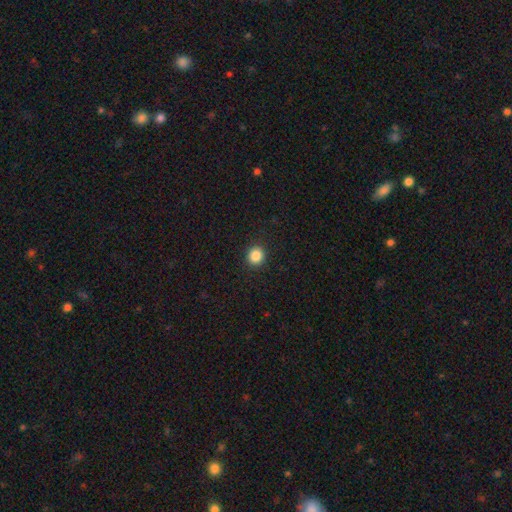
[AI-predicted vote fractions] Overall: smooth (86%). How rounded: round (86%). Merging: none (92%).